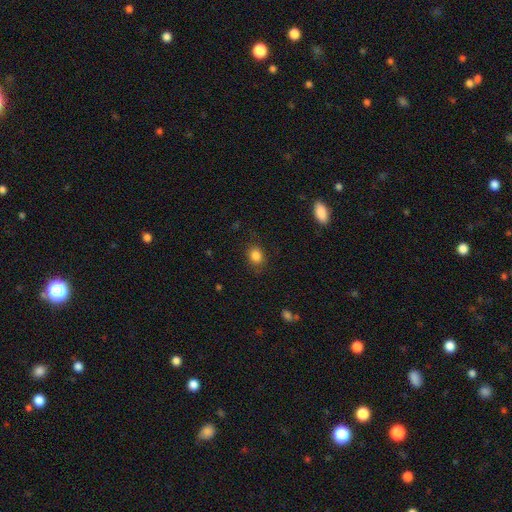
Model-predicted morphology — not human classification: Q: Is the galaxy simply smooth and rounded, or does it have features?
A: smooth — 84%.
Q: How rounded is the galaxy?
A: in between — 52%.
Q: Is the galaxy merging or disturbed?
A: none — 82%.